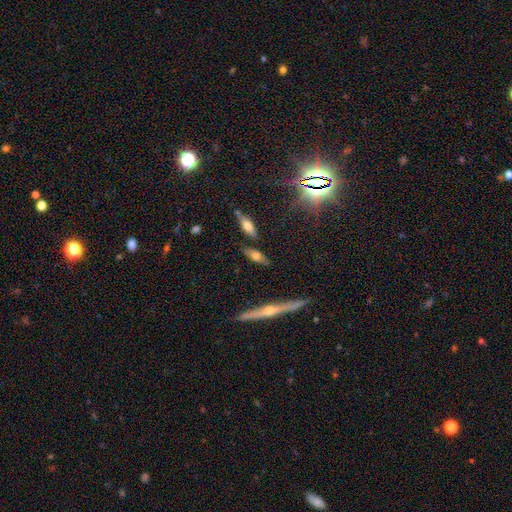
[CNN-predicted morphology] A smooth galaxy with no disk features (51%) that is in between round and cigar-shaped (63%).

Vote fractions:
- Smooth or featured? smooth: 51% / featured or disk: 40% / star or artifact: 9%
- How rounded? in between: 63% / cigar-shaped: 32% / round: 6%
- Merging? none: 76% / minor disturbance: 14% / merger: 7% / major disturbance: 4%